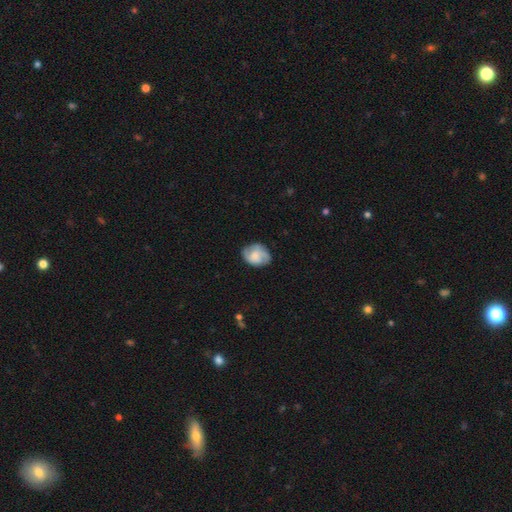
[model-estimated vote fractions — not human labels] This appears to be a smooth galaxy with no disk features (49%). Merging: none (69%).